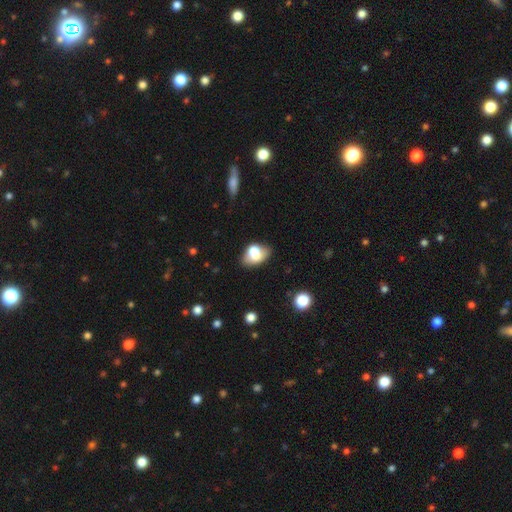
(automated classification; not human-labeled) smooth-or-featured: smooth: 67% | featured or disk: 24% | star or artifact: 10%
  how-rounded: in between: 78% | round: 21% | cigar-shaped: 2%
  merging: none: 40% | merger: 32% | minor disturbance: 20% | major disturbance: 9%